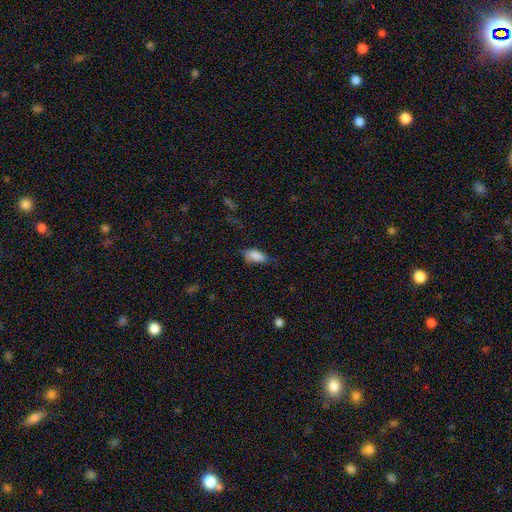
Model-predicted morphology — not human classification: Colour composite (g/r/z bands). It shows a smooth galaxy with no disk features (83%) that is in between round and cigar-shaped (85%). Merging: none (52%).